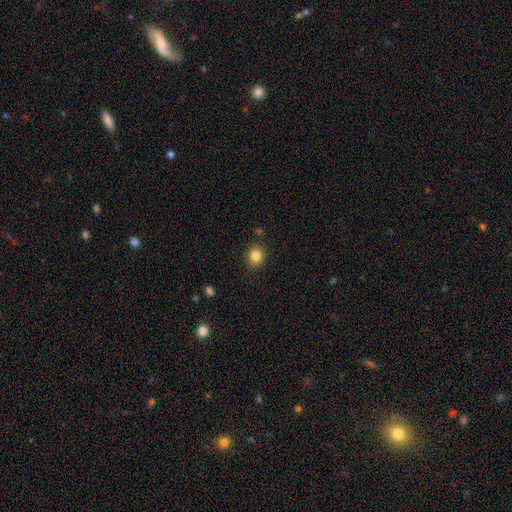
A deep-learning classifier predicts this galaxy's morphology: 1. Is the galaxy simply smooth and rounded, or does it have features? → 83% smooth, 10% star or artifact, 6% featured or disk.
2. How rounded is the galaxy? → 52% round, 47% in between, 1% cigar-shaped.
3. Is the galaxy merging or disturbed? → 86% none, 10% minor disturbance, 2% major disturbance, 2% merger.